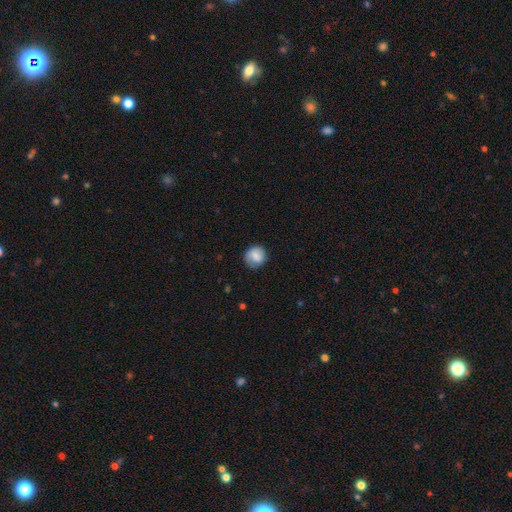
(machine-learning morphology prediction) This is clearly a smooth galaxy (80%). How rounded: clearly round (86%). Merging: likely none (79%).